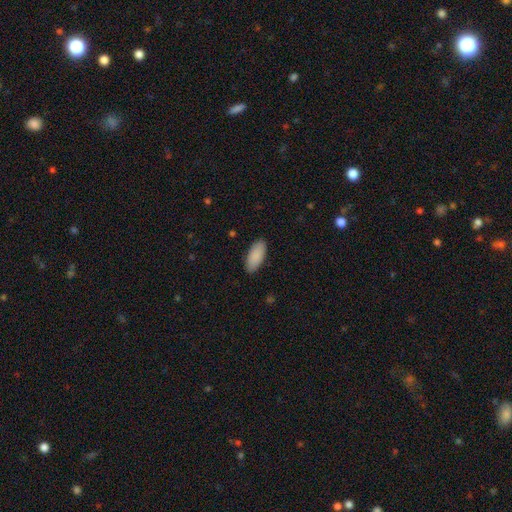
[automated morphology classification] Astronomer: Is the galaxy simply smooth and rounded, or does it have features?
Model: smooth — 90%.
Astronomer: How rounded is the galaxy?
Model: in between — 89%.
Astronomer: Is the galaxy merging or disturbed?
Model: none — 88%.